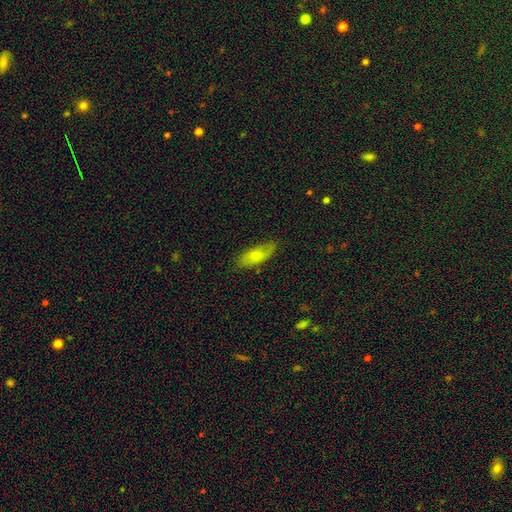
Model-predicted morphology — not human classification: smooth-or-featured: smooth: 74% | featured or disk: 19% | star or artifact: 7%
  how-rounded: in between: 78% | cigar-shaped: 20% | round: 2%
  merging: none: 76% | minor disturbance: 18% | major disturbance: 4% | merger: 1%